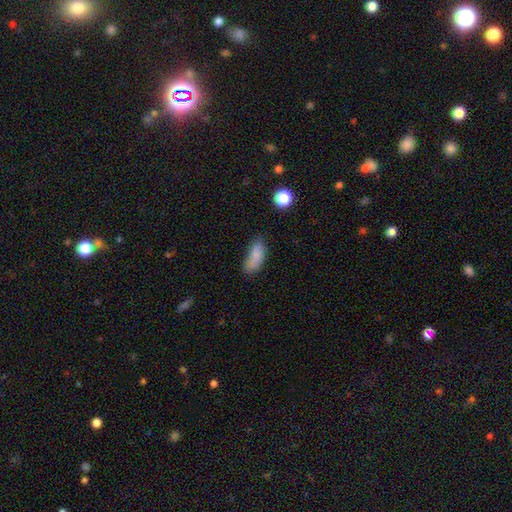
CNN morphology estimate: Q: Smooth or featured?
A: smooth (81%); runner-up: featured or disk (10%)
Q: How rounded?
A: in between (79%); runner-up: cigar-shaped (18%)
Q: Merging?
A: none (60%); runner-up: minor disturbance (28%)